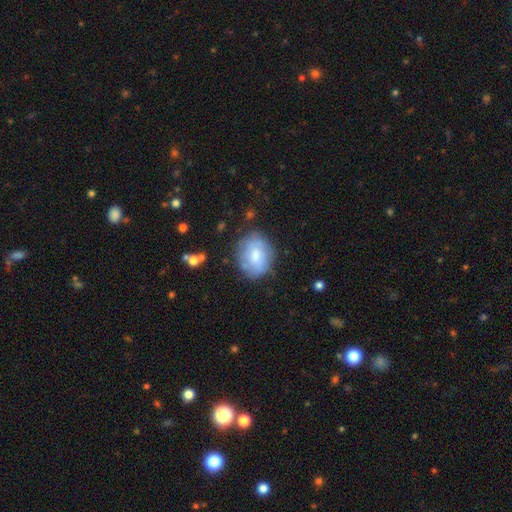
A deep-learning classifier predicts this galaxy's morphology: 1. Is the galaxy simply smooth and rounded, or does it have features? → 64% smooth, 28% featured or disk, 7% star or artifact.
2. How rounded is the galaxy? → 50% in between, 49% round, 1% cigar-shaped.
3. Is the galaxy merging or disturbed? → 69% none, 21% minor disturbance, 7% major disturbance, 3% merger.